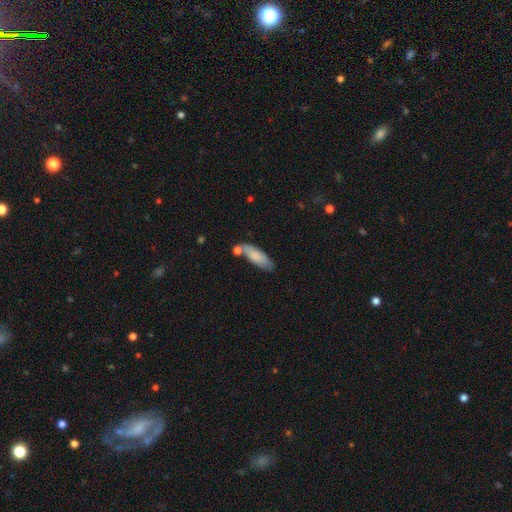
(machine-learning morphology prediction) Q: Smooth or featured?
A: smooth (77%); runner-up: featured or disk (17%)
Q: How rounded?
A: in between (59%); runner-up: cigar-shaped (39%)
Q: Merging?
A: none (59%); runner-up: minor disturbance (20%)